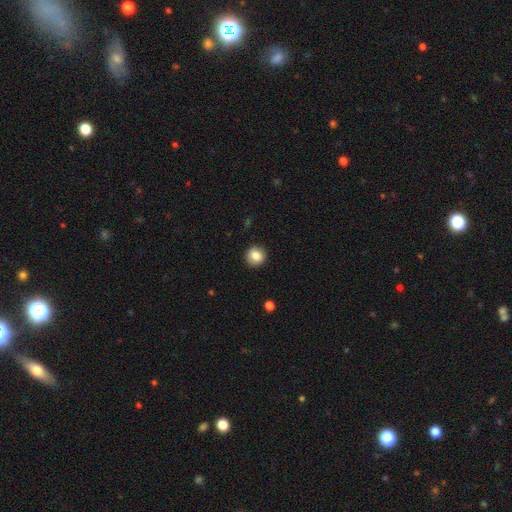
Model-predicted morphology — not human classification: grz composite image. It shows a smooth galaxy with no disk features (83%) that is round (85%). Merging: none (89%).